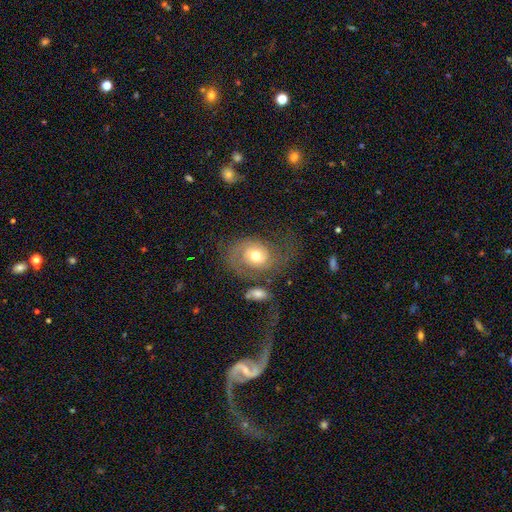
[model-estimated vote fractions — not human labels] smooth-or-featured: featured or disk: 61% | smooth: 31% | star or artifact: 8%
  disk-edge-on: no: 96% | yes: 4%
    bar: no: 77% | weak: 19% | strong: 4%
    has-spiral-arms: yes: 81% | no: 19%
    bulge-size: moderate: 73% | small: 13% | large: 11% | dominant: 2% | none: 1%
  merging: none: 45% | major disturbance: 28% | minor disturbance: 18% | merger: 9%